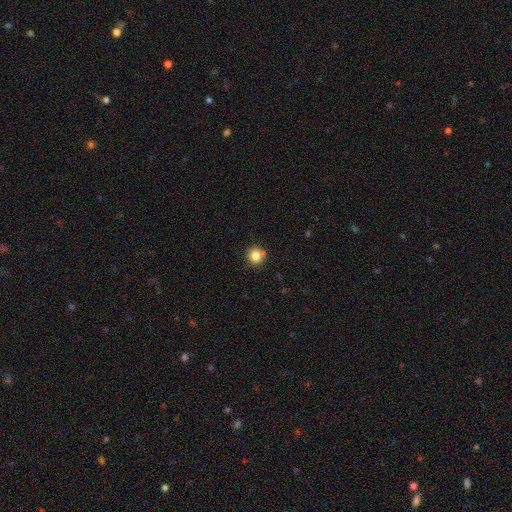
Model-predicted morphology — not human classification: smooth_or_featured: smooth (p=0.81) [alt: star or artifact p=0.12]
how_rounded: round (p=0.94) [alt: in between p=0.05]
merging: none (p=0.83) [alt: minor disturbance p=0.10]